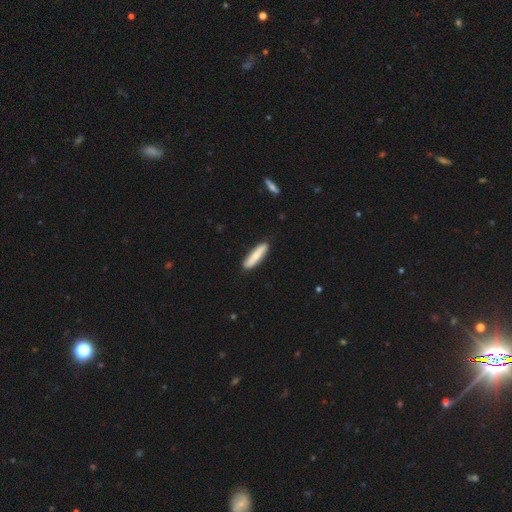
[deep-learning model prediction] Smooth or featured?
  - smooth: 76% *
  - featured or disk: 19%
  - star or artifact: 5%
How rounded?
  - cigar-shaped: 83% *
  - in between: 16%
  - round: 1%
Merging?
  - none: 88% *
  - minor disturbance: 9%
  - major disturbance: 2%
  - merger: 1%